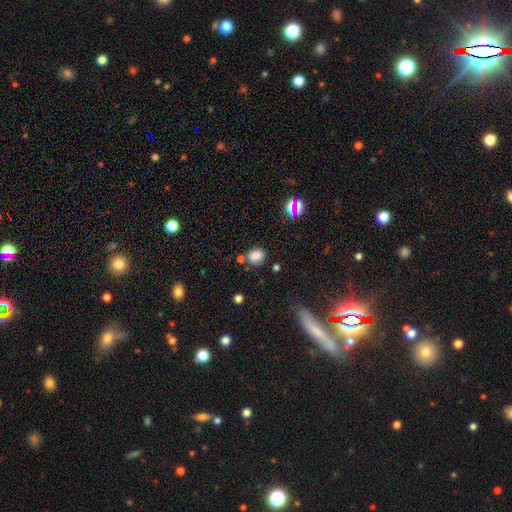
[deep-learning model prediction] Smooth or featured: smooth — 76% (star or artifact — 15%)
How rounded: round — 51% (in between — 48%)
Merging: none — 69% (minor disturbance — 17%)